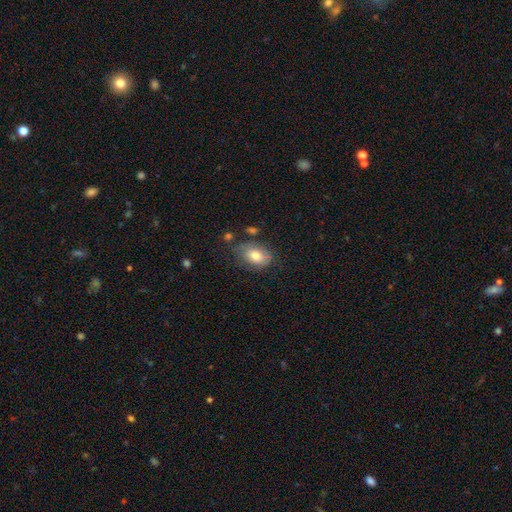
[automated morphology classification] smooth_or_featured: smooth (p=0.74) [alt: featured or disk p=0.18]
how_rounded: in between (p=0.83) [alt: round p=0.15]
merging: none (p=0.59) [alt: minor disturbance p=0.27]